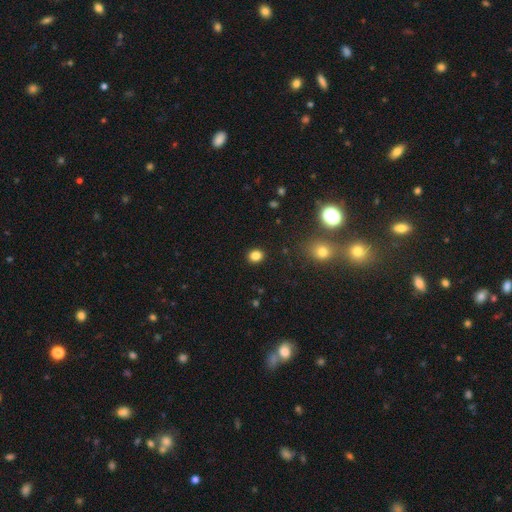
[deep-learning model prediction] smooth_or_featured: smooth (p=0.83) [alt: star or artifact p=0.12]
how_rounded: round (p=0.73) [alt: in between p=0.26]
merging: none (p=0.90) [alt: minor disturbance p=0.06]